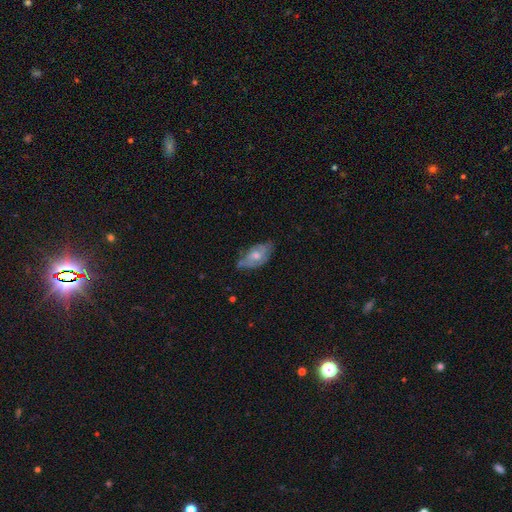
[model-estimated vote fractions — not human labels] smooth_or_featured: featured or disk (p=0.50) [alt: smooth p=0.43]
disk_edge_on: no (p=0.88) [alt: yes p=0.12]
merging: none (p=0.50) [alt: minor disturbance p=0.36]